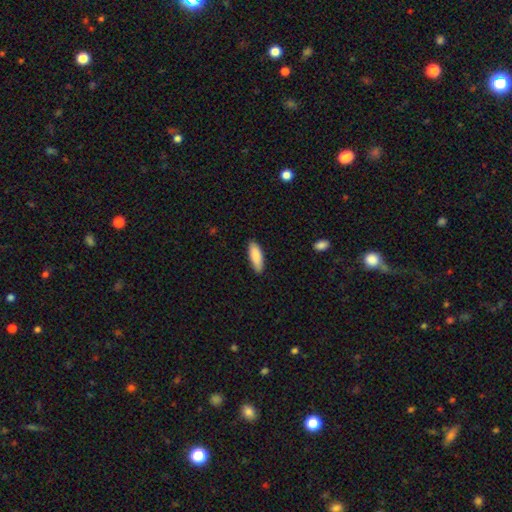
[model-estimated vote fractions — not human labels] smooth 88%, featured or disk 7%, star or artifact 5%. Down the decision tree: how rounded — in between (63%); merging — none (88%).